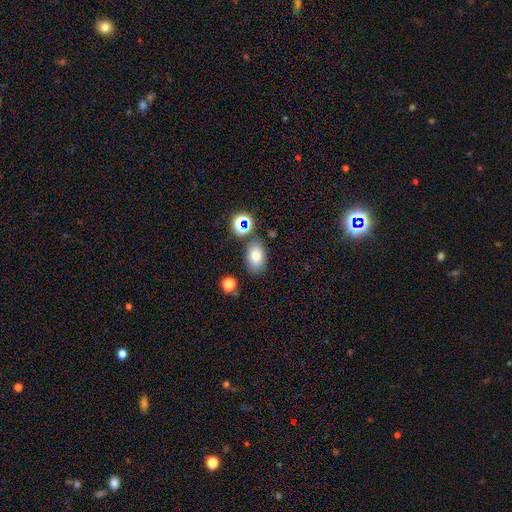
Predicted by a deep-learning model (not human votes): The model was most divided on "smooth or featured": smooth: 77%, star or artifact: 13%, featured or disk: 11%. More confident: how rounded — in between (86%); merging — none (78%).